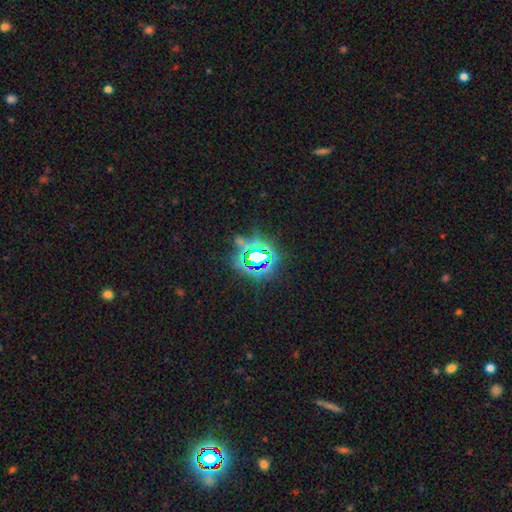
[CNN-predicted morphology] Smooth or featured? star or artifact (74%)